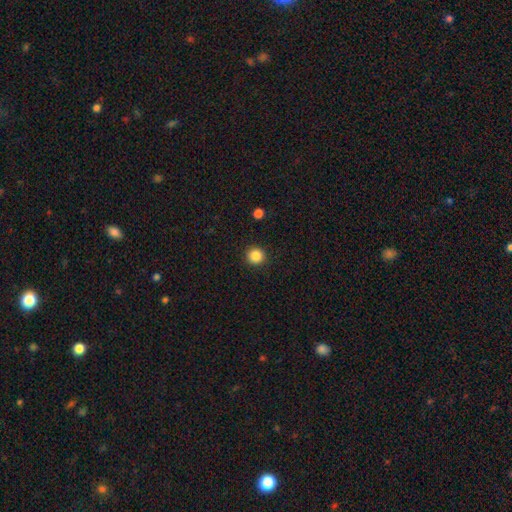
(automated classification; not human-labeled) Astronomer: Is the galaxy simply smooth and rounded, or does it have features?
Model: smooth — 87%.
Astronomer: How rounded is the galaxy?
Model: round — 94%.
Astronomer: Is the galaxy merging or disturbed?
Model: none — 92%.